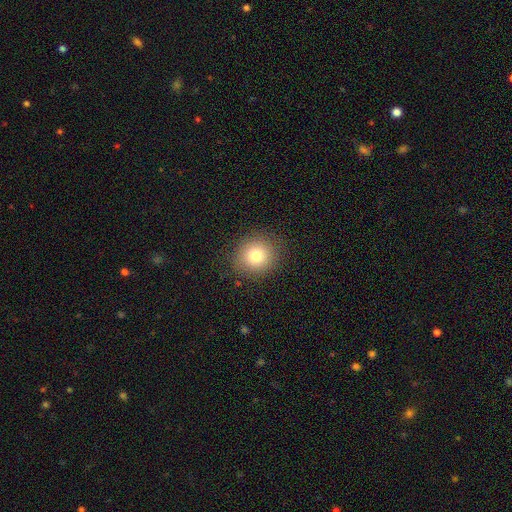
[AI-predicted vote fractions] smooth_or_featured: smooth (p=0.78) [alt: star or artifact p=0.12]
how_rounded: round (p=0.84) [alt: in between p=0.15]
merging: none (p=0.88) [alt: minor disturbance p=0.08]